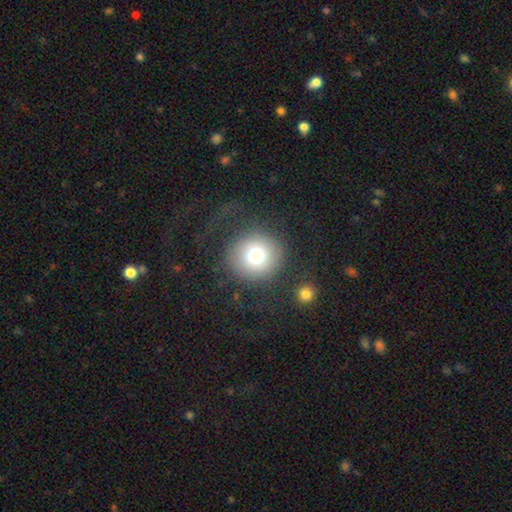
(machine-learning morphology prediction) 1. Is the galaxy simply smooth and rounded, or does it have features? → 74% smooth, 14% featured or disk, 12% star or artifact.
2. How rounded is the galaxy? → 94% round, 6% in between, 1% cigar-shaped.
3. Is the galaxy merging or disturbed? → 69% none, 17% major disturbance, 11% minor disturbance, 3% merger.